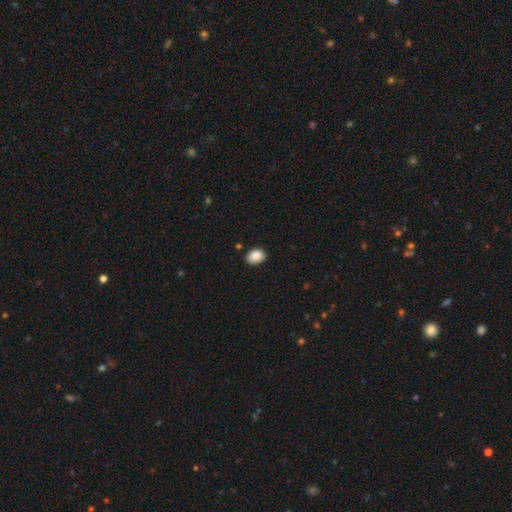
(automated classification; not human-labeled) Smooth or featured?
  - smooth: 89% *
  - star or artifact: 8%
  - featured or disk: 3%
How rounded?
  - in between: 73% *
  - round: 26%
  - cigar-shaped: 1%
Merging?
  - none: 85% *
  - minor disturbance: 11%
  - major disturbance: 2%
  - merger: 2%